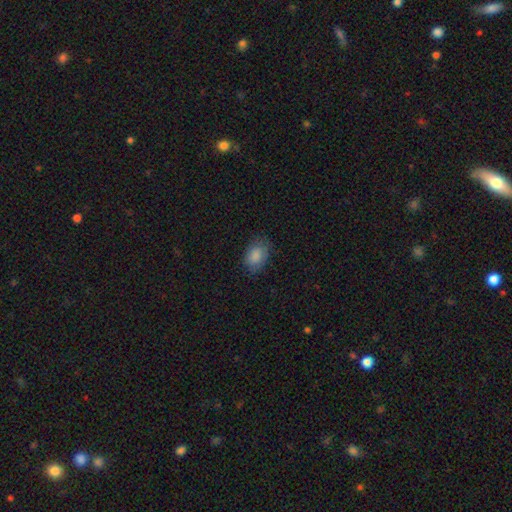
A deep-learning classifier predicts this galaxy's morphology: Smooth or featured: smooth — 85% (star or artifact — 8%)
How rounded: in between — 81% (round — 18%)
Merging: none — 75% (minor disturbance — 19%)